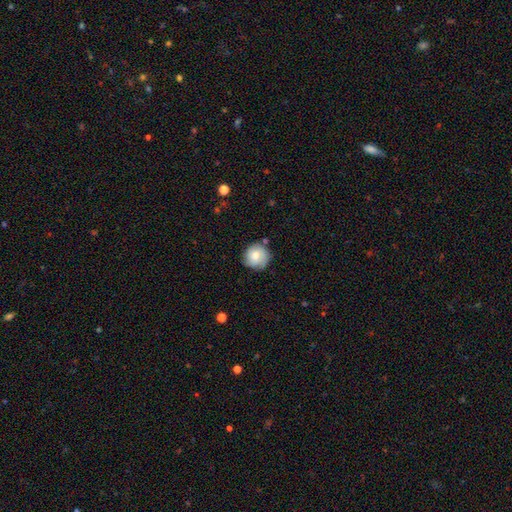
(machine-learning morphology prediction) A smooth galaxy with no disk features (63%) that is round (92%).

Vote fractions:
- Smooth or featured? smooth: 63% / featured or disk: 30% / star or artifact: 8%
- How rounded? round: 92% / in between: 7% / cigar-shaped: 1%
- Merging? none: 75% / minor disturbance: 18% / major disturbance: 4% / merger: 3%